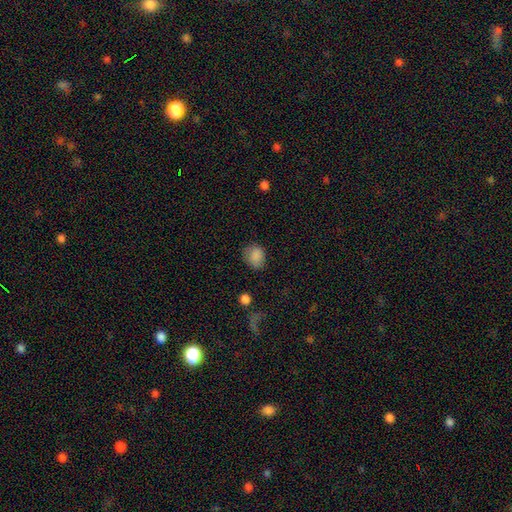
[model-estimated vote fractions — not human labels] smooth 85%, star or artifact 10%, featured or disk 5%. Down the decision tree: how rounded — round (58%); merging — none (70%).